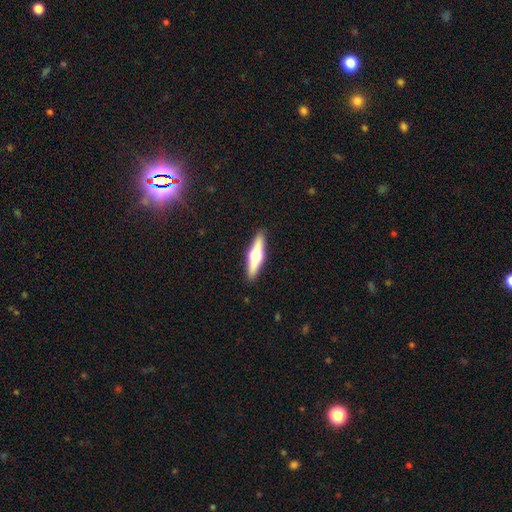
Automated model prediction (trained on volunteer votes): Smooth or featured? Predicted: featured or disk (p=0.63). Edge-on disk? Predicted: yes (p=0.97). Edge-on bulge? Predicted: rounded (p=0.95). Merging? Predicted: none (p=0.91).